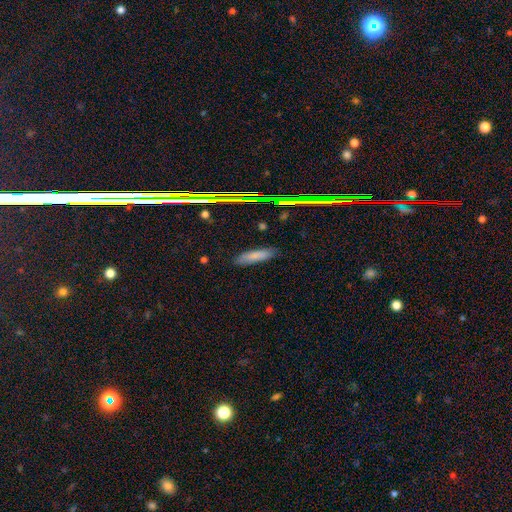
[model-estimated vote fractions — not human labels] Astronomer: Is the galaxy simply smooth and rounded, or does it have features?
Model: smooth — 78%.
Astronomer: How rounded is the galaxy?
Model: cigar-shaped — 62% (runner-up: in between, 37%).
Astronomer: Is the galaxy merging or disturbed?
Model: none — 84%.